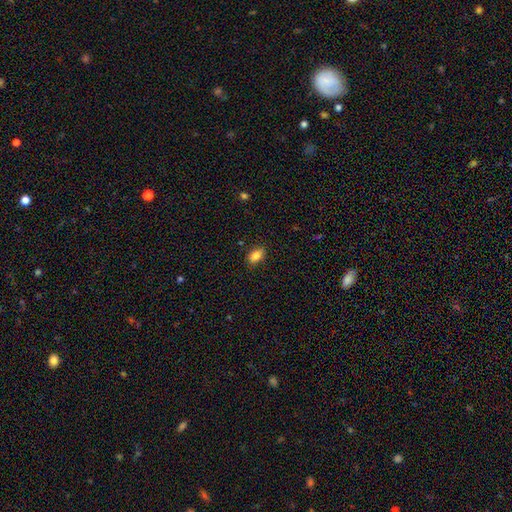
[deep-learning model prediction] Q: Smooth or featured?
A: smooth (84%); runner-up: star or artifact (8%)
Q: How rounded?
A: in between (87%); runner-up: round (8%)
Q: Merging?
A: none (85%); runner-up: minor disturbance (11%)